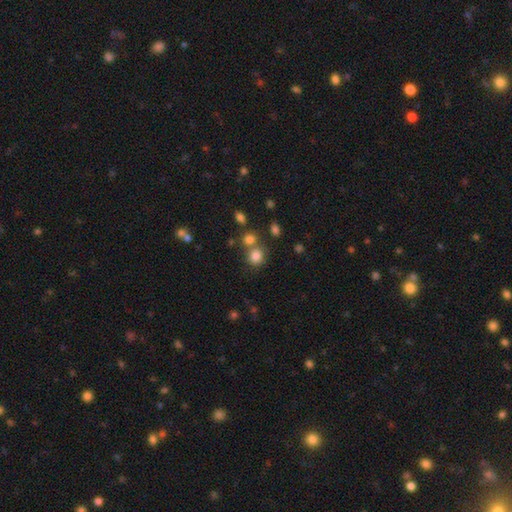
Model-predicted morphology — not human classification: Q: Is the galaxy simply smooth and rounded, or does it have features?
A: smooth — 80%.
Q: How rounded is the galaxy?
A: round — 81%.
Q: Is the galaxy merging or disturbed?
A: none — 62%.